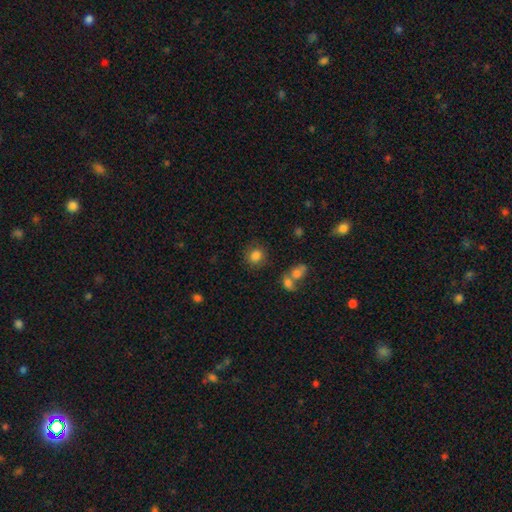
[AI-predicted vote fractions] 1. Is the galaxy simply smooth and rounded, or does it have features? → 83% smooth, 11% star or artifact, 6% featured or disk.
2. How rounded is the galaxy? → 78% round, 21% in between, 1% cigar-shaped.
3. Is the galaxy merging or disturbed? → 78% none, 11% minor disturbance, 6% merger, 4% major disturbance.